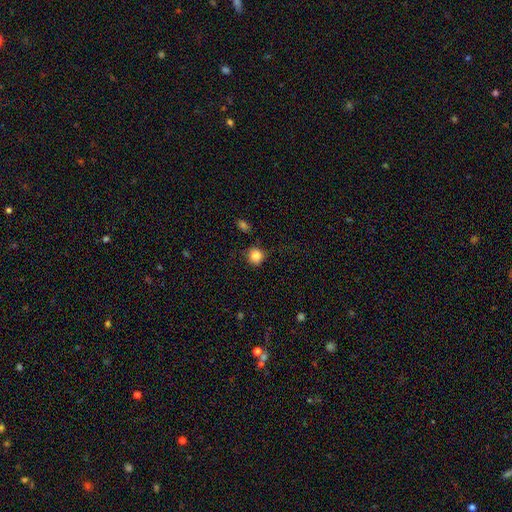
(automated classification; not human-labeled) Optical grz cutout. It shows a smooth galaxy with no disk features (84%) that is round (88%). Merging: none (73%).